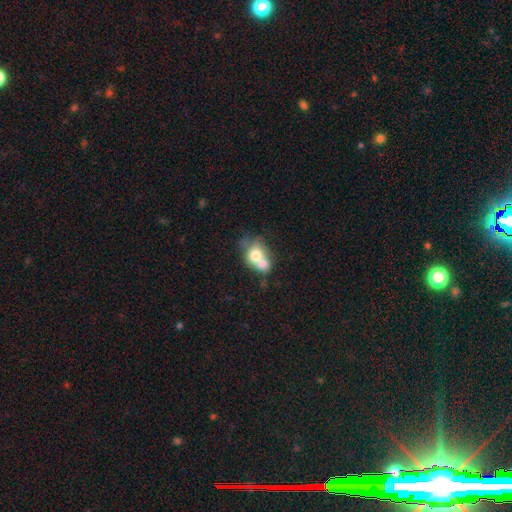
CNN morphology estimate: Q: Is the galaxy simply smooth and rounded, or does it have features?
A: smooth — 68%.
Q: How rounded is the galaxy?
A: round — 53%.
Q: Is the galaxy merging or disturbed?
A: merger — 70%.